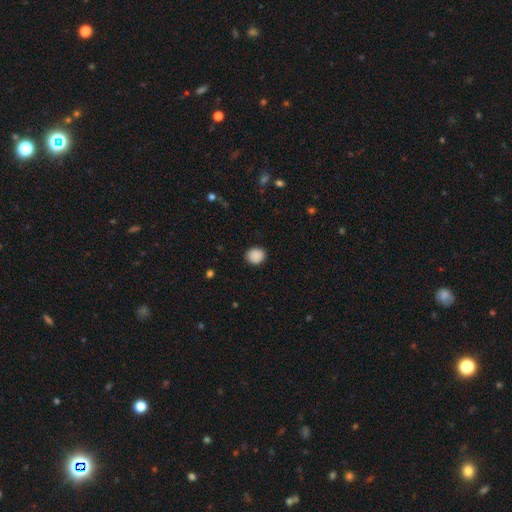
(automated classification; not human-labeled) Smooth or featured?
  - smooth: 89% *
  - star or artifact: 8%
  - featured or disk: 2%
How rounded?
  - round: 79% *
  - in between: 20%
  - cigar-shaped: 1%
Merging?
  - none: 89% *
  - minor disturbance: 8%
  - major disturbance: 2%
  - merger: 1%